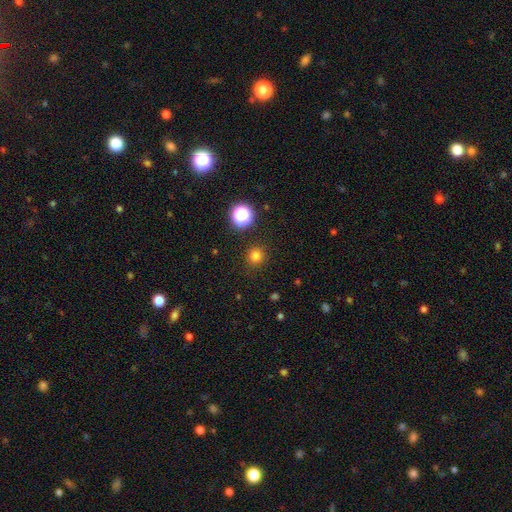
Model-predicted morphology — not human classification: This appears to be a smooth galaxy with no disk features (79%) that is round (94%). Merging: none (90%).